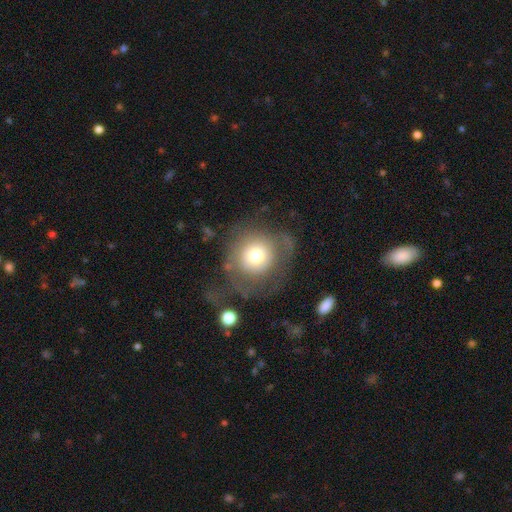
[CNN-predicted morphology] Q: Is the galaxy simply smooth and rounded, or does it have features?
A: smooth — 63%.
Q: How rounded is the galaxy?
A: round — 90%.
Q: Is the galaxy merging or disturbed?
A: none — 49%.